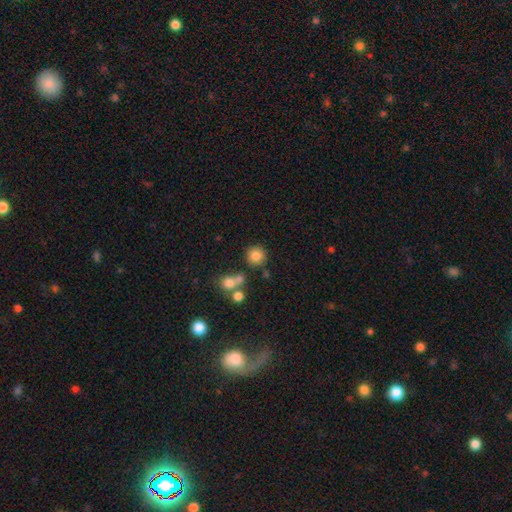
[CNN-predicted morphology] Q: Smooth or featured?
A: smooth (81%); runner-up: star or artifact (12%)
Q: How rounded?
A: round (93%); runner-up: in between (6%)
Q: Merging?
A: none (79%); runner-up: merger (9%)